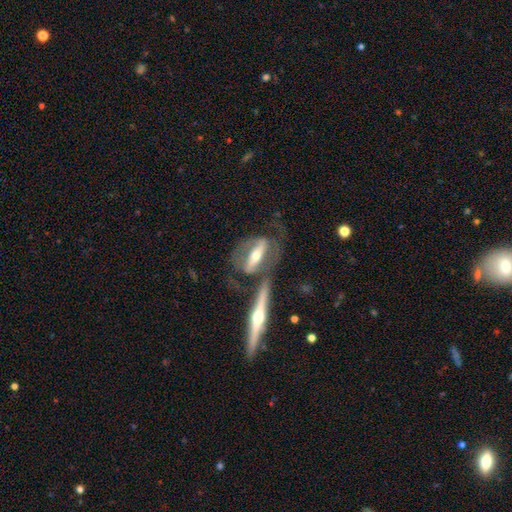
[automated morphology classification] smooth-or-featured: featured or disk: 77% | smooth: 17% | star or artifact: 6%
  disk-edge-on: no: 59% | yes: 41%
  merging: none: 47% | merger: 24% | minor disturbance: 15% | major disturbance: 13%